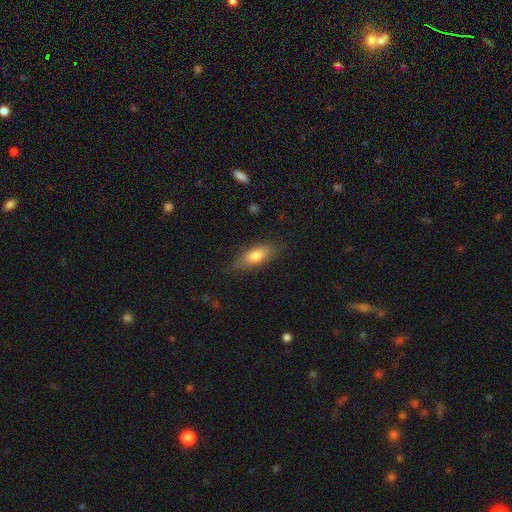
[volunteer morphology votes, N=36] This is clearly a smooth galaxy (81%). How rounded: likely in between (72%). Merging: clearly none (86%).